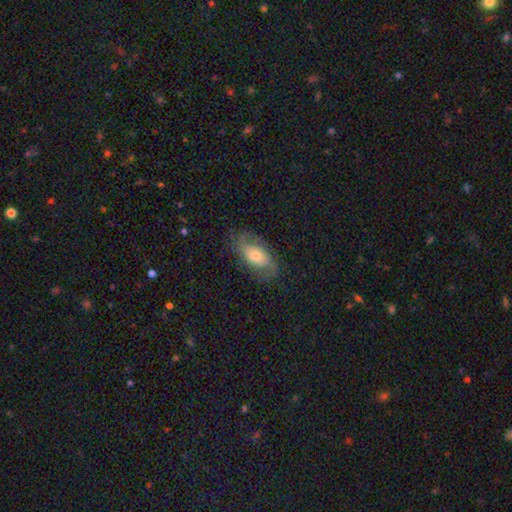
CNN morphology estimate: Smooth or featured?
  - featured or disk: 53% *
  - smooth: 39%
  - star or artifact: 8%
Edge-on disk?
  - no: 90% *
  - yes: 10%
Merging?
  - none: 69% *
  - minor disturbance: 19%
  - major disturbance: 10%
  - merger: 1%